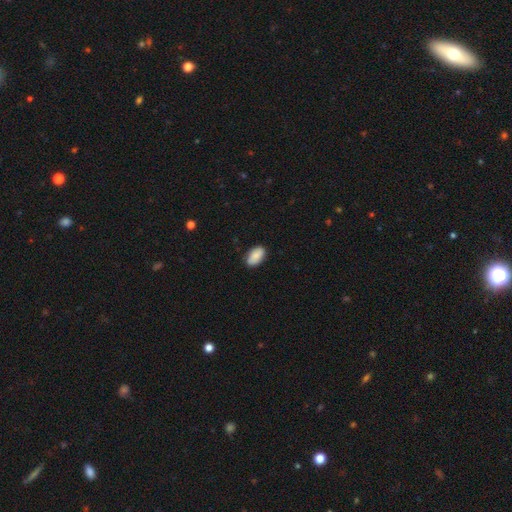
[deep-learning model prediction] Smooth or featured?
  - smooth: 86% *
  - featured or disk: 8%
  - star or artifact: 7%
How rounded?
  - in between: 94% *
  - round: 4%
  - cigar-shaped: 2%
Merging?
  - none: 82% *
  - minor disturbance: 15%
  - major disturbance: 2%
  - merger: 1%